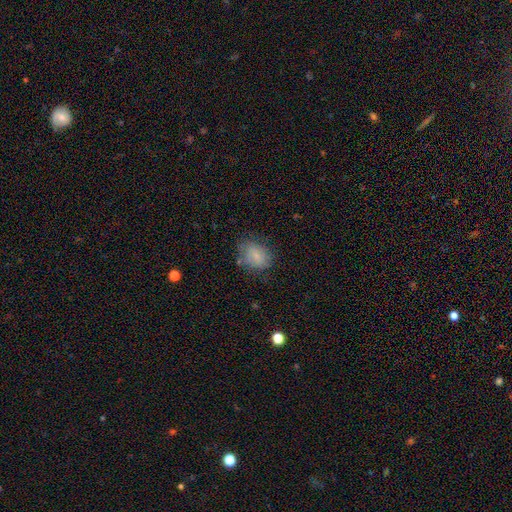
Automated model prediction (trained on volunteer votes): smooth-or-featured: smooth: 74% | featured or disk: 18% | star or artifact: 9%
  how-rounded: in between: 67% | round: 32% | cigar-shaped: 1%
  merging: none: 65% | minor disturbance: 23% | major disturbance: 8% | merger: 3%